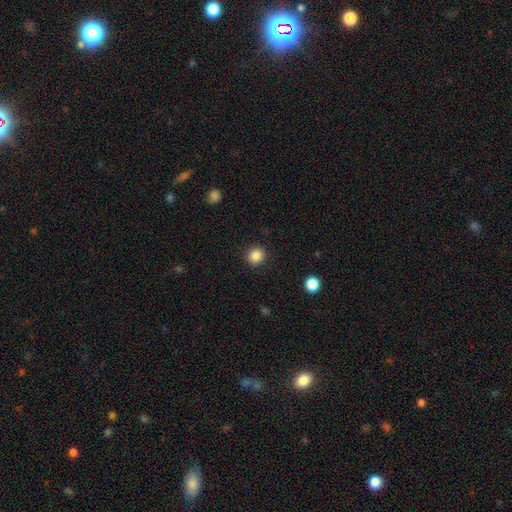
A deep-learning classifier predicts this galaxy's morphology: Smooth or featured: smooth — 85% (star or artifact — 11%)
How rounded: round — 89% (in between — 10%)
Merging: none — 91% (minor disturbance — 6%)